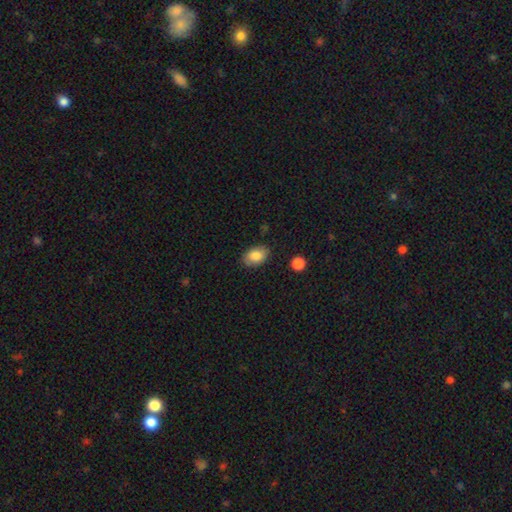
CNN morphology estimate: This is clearly a smooth galaxy (84%). How rounded: clearly in between (87%). Merging: clearly none (83%).